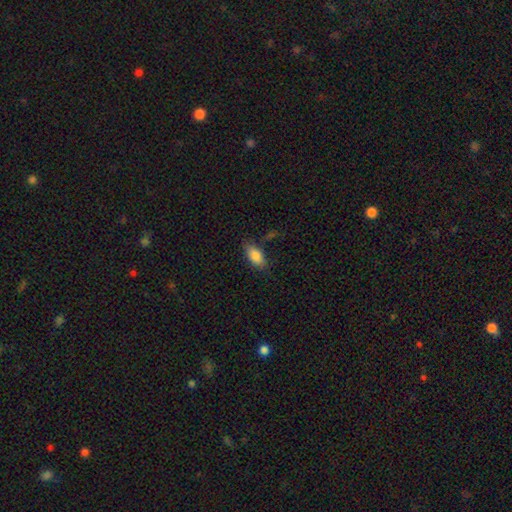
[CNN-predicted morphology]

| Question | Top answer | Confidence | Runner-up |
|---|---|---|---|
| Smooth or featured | smooth | 84% | featured or disk (9%) |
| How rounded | in between | 89% | cigar-shaped (8%) |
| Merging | none | 74% | minor disturbance (18%) |